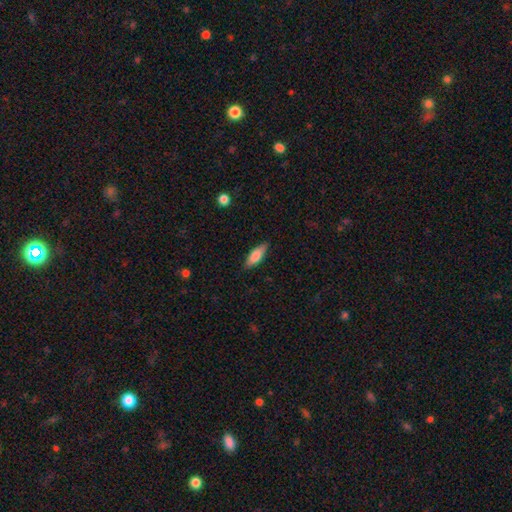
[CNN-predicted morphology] Smooth or featured? smooth (78%)
How rounded? in between (62%)
Merging? none (84%)